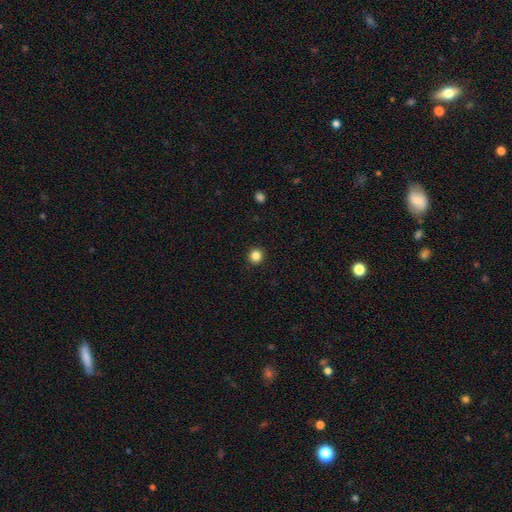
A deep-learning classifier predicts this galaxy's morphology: Smooth or featured?
  - smooth: 85% *
  - star or artifact: 11%
  - featured or disk: 4%
How rounded?
  - round: 93% *
  - in between: 6%
  - cigar-shaped: 1%
Merging?
  - none: 93% *
  - minor disturbance: 5%
  - major disturbance: 2%
  - merger: 1%